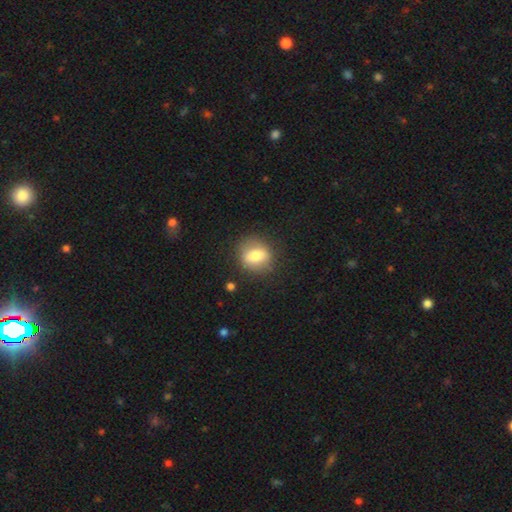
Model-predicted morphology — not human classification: This is likely a smooth galaxy (70%). How rounded: likely round (71%). Merging: clearly none (82%).